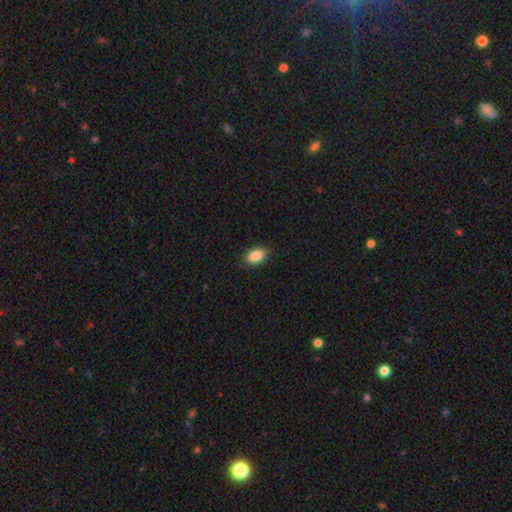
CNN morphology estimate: A smooth galaxy with no disk features (88%) that is in between round and cigar-shaped (87%). Merging: none (86%).